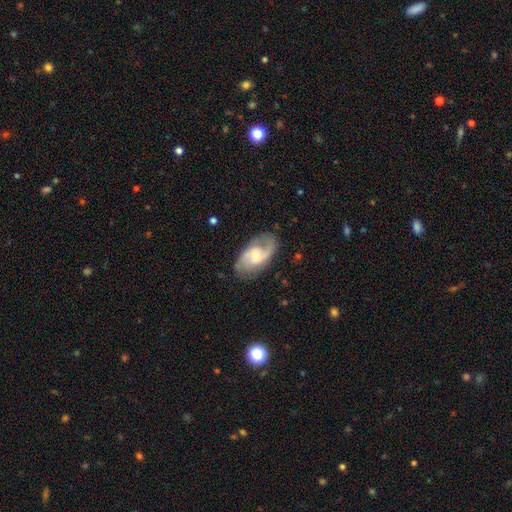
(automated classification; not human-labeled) smooth_or_featured: featured or disk (p=0.79) [alt: smooth p=0.15]
disk_edge_on: no (p=0.96) [alt: yes p=0.04]
bar: weak (p=0.47) [alt: no p=0.45]
has_spiral_arms: yes (p=0.94) [alt: no p=0.06]
spiral_winding: medium (p=0.50) [alt: loose p=0.31]
spiral_arm_count: 2 (p=0.85) [alt: can't tell p=0.07]
bulge_size: small (p=0.47) [alt: moderate p=0.43]
merging: none (p=0.77) [alt: minor disturbance p=0.16]